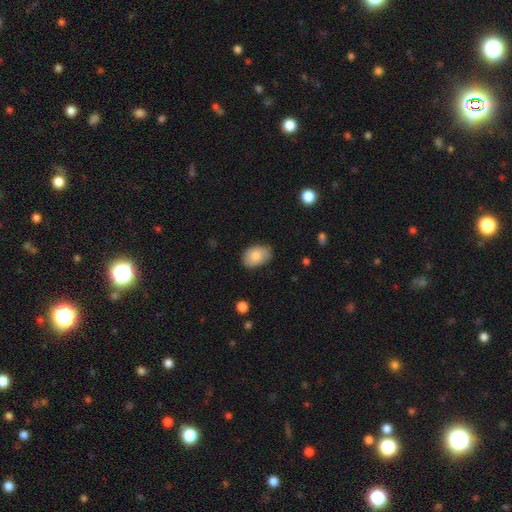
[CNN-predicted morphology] smooth-or-featured: smooth: 82% | featured or disk: 11% | star or artifact: 7%
  how-rounded: in between: 86% | round: 13% | cigar-shaped: 1%
  merging: none: 75% | minor disturbance: 20% | major disturbance: 3% | merger: 1%